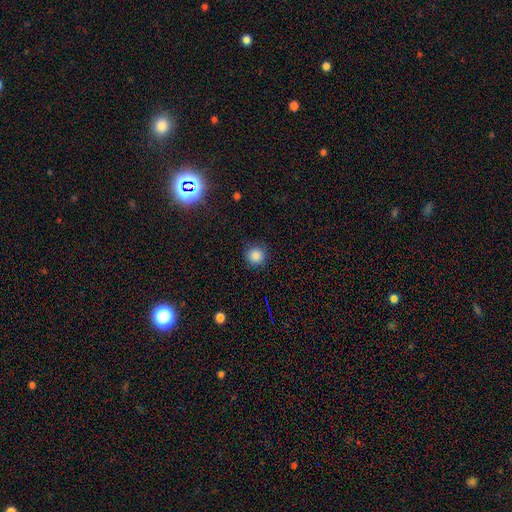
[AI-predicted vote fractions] smooth-or-featured: smooth: 84% | star or artifact: 12% | featured or disk: 4%
  how-rounded: round: 94% | in between: 5% | cigar-shaped: 1%
  merging: none: 88% | minor disturbance: 8% | major disturbance: 3% | merger: 1%